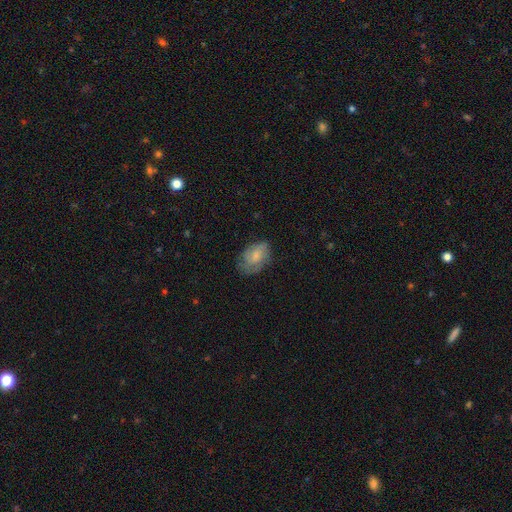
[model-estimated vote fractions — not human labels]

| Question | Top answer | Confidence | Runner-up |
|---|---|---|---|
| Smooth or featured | smooth | 54% | featured or disk (39%) |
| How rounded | in between | 86% | round (12%) |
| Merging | none | 64% | minor disturbance (26%) |